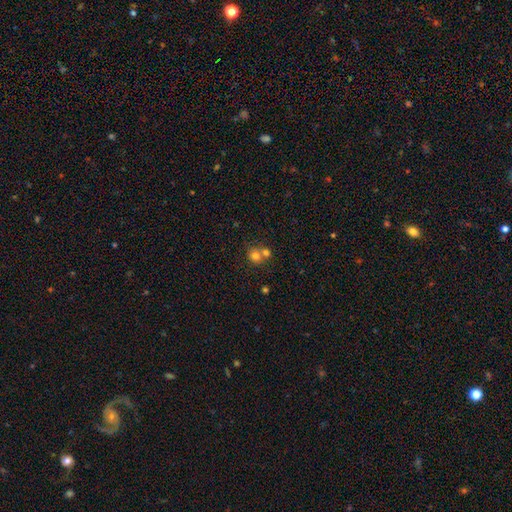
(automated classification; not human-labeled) Smooth or featured? Predicted: smooth (p=0.74). How rounded? Predicted: round (p=0.79). Merging? Predicted: merger (p=0.51).